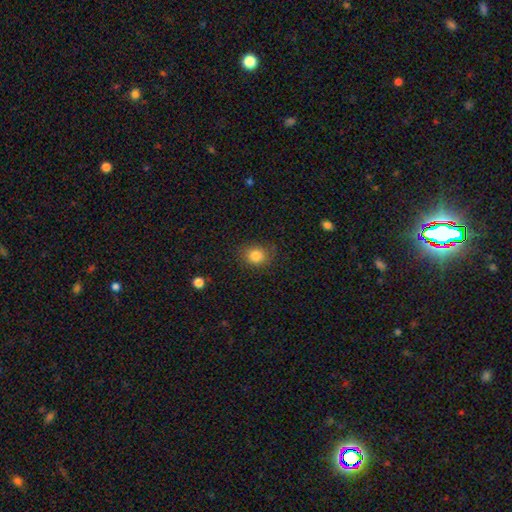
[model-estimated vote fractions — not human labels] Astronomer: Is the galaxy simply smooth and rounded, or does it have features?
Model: smooth — 84%.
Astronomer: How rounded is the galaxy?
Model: round — 70%.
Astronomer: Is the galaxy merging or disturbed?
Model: none — 81%.